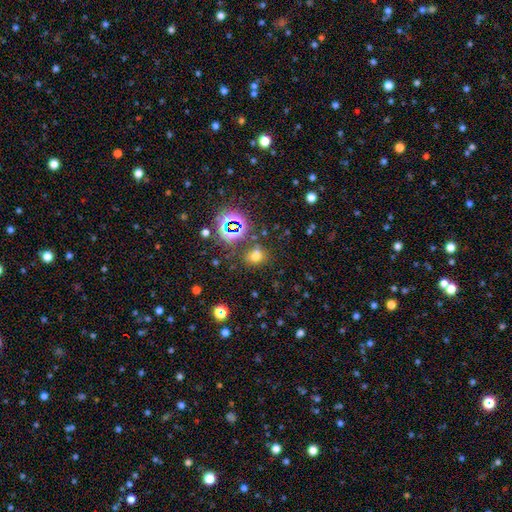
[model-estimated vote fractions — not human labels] A smooth galaxy with no disk features (60%) that is in between round and cigar-shaped (52%). Merging: none (70%).